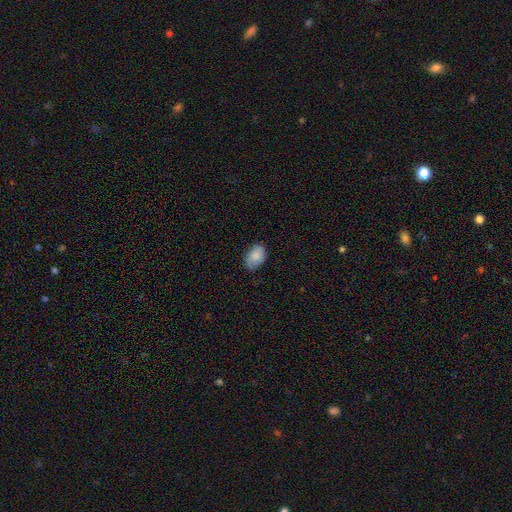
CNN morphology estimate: This appears to be a smooth galaxy with no disk features (83%) that is in between round and cigar-shaped (87%). Merging: none (73%).